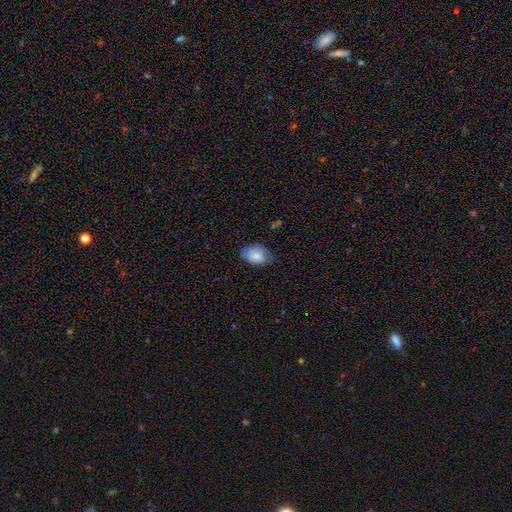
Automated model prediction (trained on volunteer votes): smooth-or-featured: smooth: 80% | featured or disk: 13% | star or artifact: 8%
  how-rounded: in between: 81% | round: 18% | cigar-shaped: 1%
  merging: none: 61% | minor disturbance: 30% | major disturbance: 7% | merger: 1%